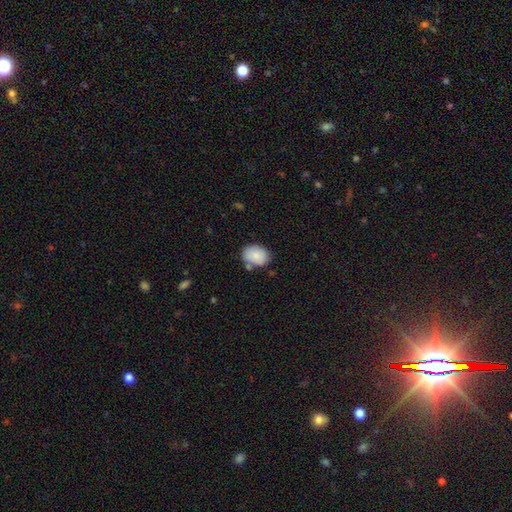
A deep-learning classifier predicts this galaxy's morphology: type=smooth (85%); roundness=in between (72%); merging=none (71%).